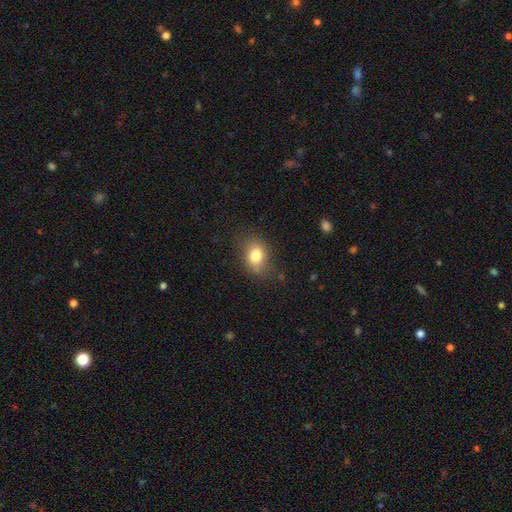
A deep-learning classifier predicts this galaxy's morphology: Smooth or featured? Predicted: smooth (p=0.79). How rounded? Predicted: in between (p=0.62). Merging? Predicted: none (p=0.75).